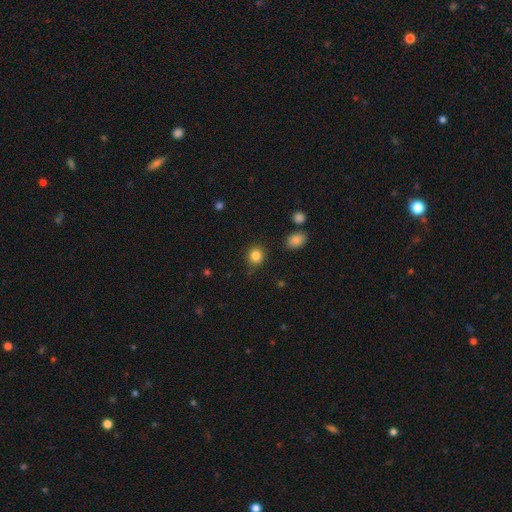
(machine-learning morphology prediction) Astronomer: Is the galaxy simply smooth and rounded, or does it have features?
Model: smooth — 84%.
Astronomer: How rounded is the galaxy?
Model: round — 84%.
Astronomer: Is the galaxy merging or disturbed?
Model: none — 85%.